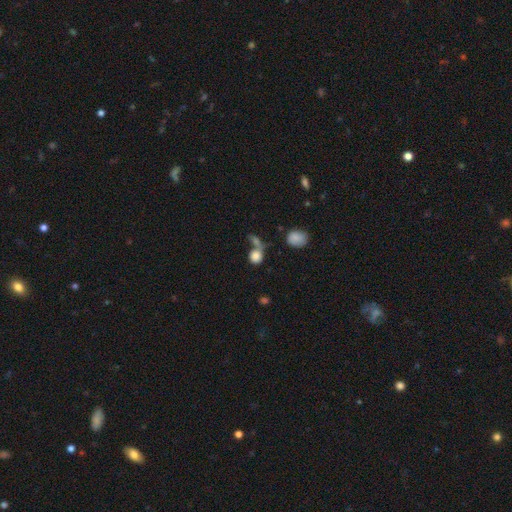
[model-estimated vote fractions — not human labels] Smooth or featured: smooth — 82% (star or artifact — 10%)
How rounded: round — 76% (in between — 22%)
Merging: merger — 40% (none — 39%)